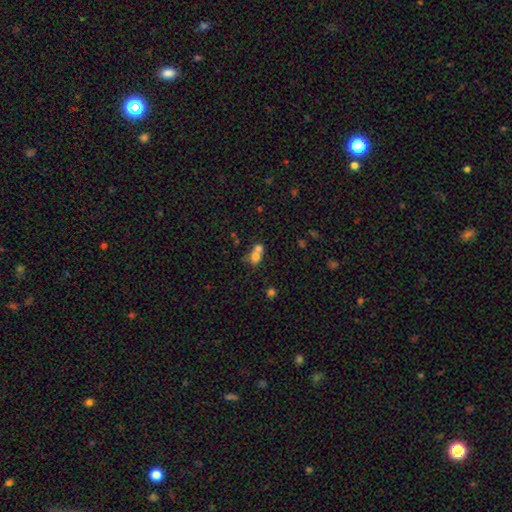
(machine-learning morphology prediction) Smooth or featured?
  - smooth: 72% *
  - featured or disk: 15%
  - star or artifact: 13%
How rounded?
  - round: 58% *
  - in between: 40%
  - cigar-shaped: 2%
Merging?
  - merger: 66% *
  - none: 24%
  - minor disturbance: 6%
  - major disturbance: 4%